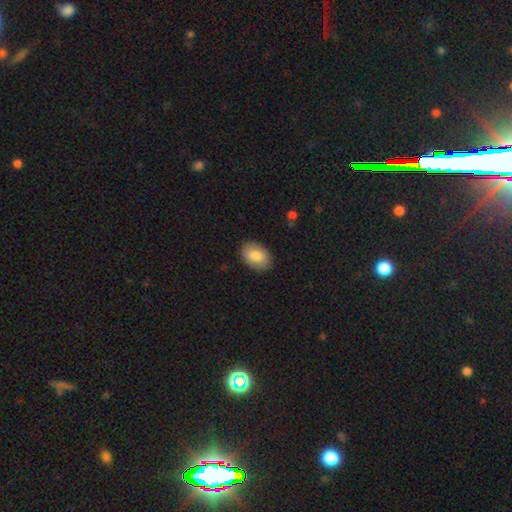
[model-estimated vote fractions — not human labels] smooth-or-featured: smooth: 84% | featured or disk: 10% | star or artifact: 6%
  how-rounded: in between: 87% | round: 12% | cigar-shaped: 1%
  merging: none: 87% | minor disturbance: 10% | major disturbance: 2% | merger: 1%